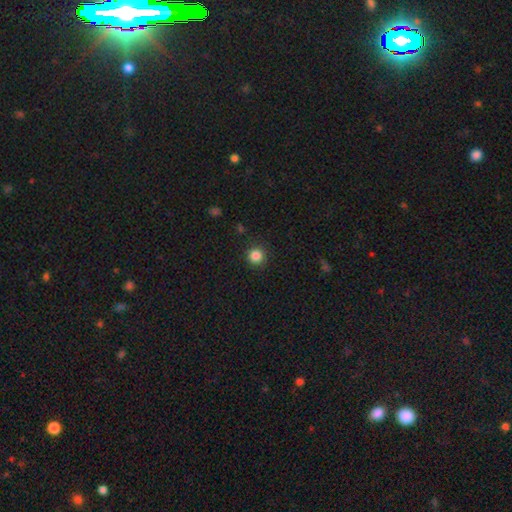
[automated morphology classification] The model was most divided on "smooth or featured": smooth: 84%, star or artifact: 12%, featured or disk: 4%. More confident: how rounded — round (95%); merging — none (91%).